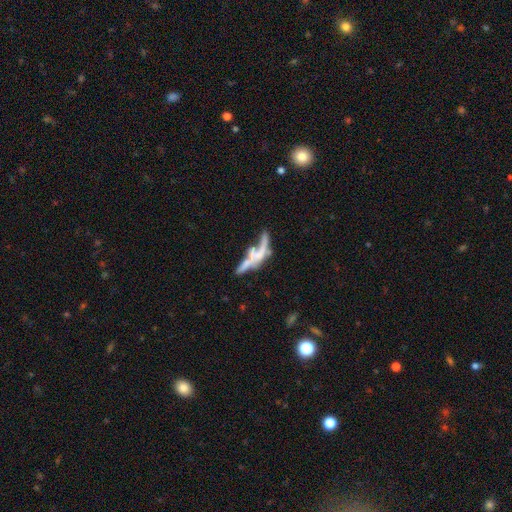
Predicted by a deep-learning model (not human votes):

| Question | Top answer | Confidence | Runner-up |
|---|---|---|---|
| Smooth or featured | featured or disk | 50% | smooth (38%) |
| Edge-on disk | yes | 60% | no (40%) |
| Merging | merger | 49% | none (27%) |